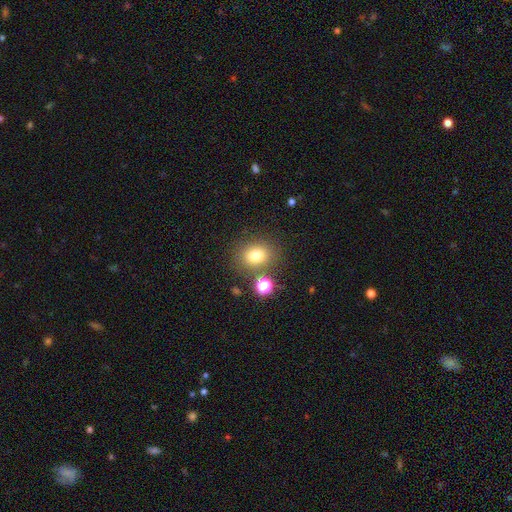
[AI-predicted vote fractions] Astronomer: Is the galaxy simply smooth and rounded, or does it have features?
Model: smooth — 77%.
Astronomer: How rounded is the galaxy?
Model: round — 55% (runner-up: in between, 44%).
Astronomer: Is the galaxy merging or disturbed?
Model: none — 76%.